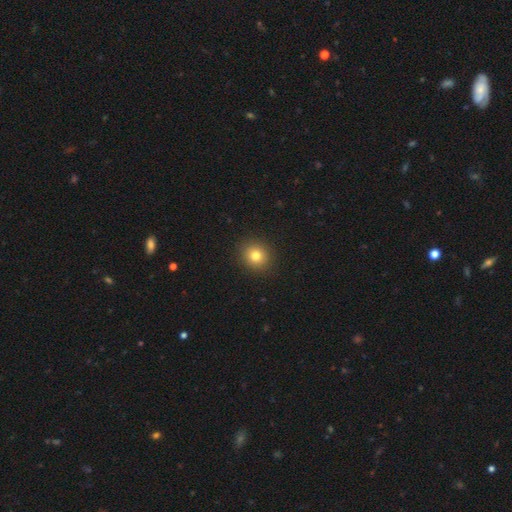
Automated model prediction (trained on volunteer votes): Smooth or featured? smooth (80%)
How rounded? round (84%)
Merging? none (91%)